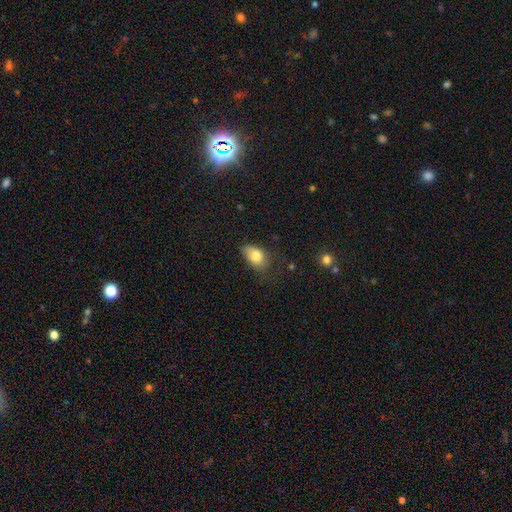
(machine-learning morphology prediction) Overall: smooth (81%). How rounded: in between (84%). Merging: none (48%; minor disturbance 36%).